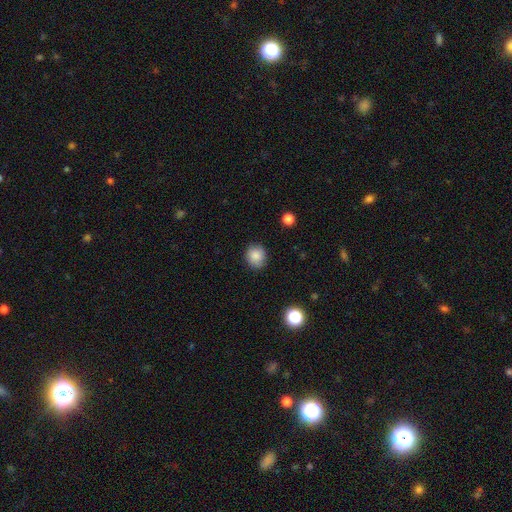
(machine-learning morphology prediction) The model was most divided on "how rounded": round: 78%, in between: 21%, cigar-shaped: 1%. More confident: smooth or featured — smooth (86%); merging — none (85%).